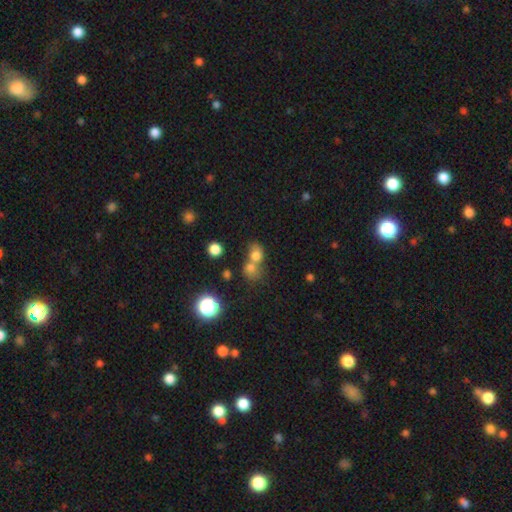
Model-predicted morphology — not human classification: Smooth or featured? smooth (72%)
How rounded? round (62%)
Merging? merger (59%)